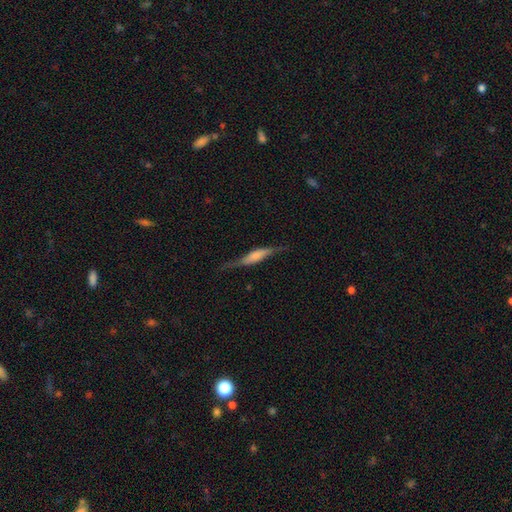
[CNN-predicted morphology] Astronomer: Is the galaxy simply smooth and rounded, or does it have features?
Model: featured or disk — 60%.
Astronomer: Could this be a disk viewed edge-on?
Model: yes — 90%.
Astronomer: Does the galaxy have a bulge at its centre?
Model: rounded — 53% (runner-up: boxy, 35%).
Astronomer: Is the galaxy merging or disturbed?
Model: none — 72%.